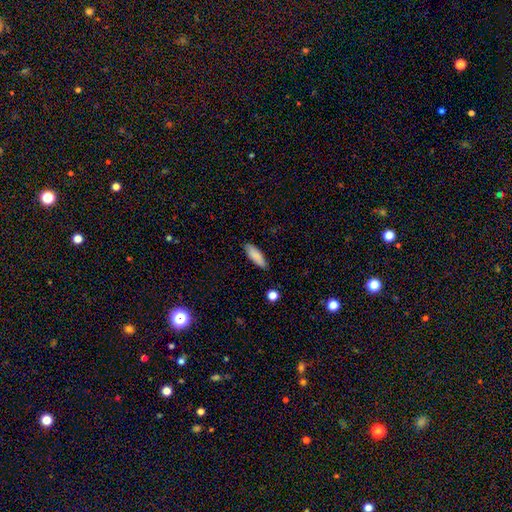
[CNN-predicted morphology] This is clearly a smooth galaxy (85%). How rounded: possibly in between (59%). Merging: clearly none (84%).